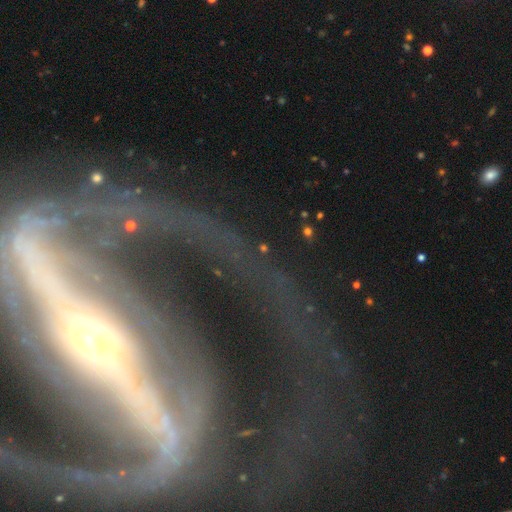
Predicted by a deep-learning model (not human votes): A featured or disk galaxy (89%) with a strong bar (78%), 2 (73%) medium (42%) spiral arms (88%) and a small central bulge (52%). Merging: none (53%).